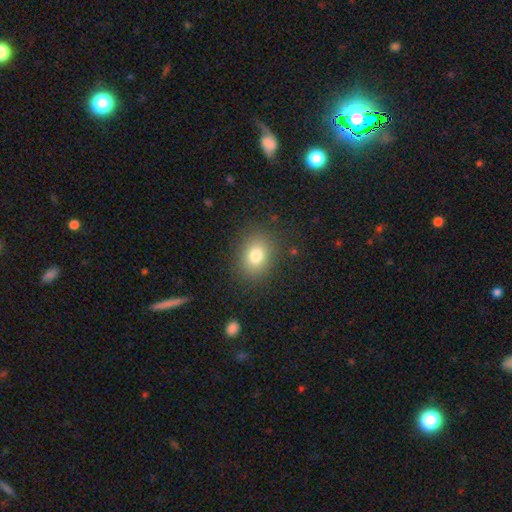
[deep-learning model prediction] Smooth or featured? smooth (79%)
How rounded? in between (56%)
Merging? none (85%)